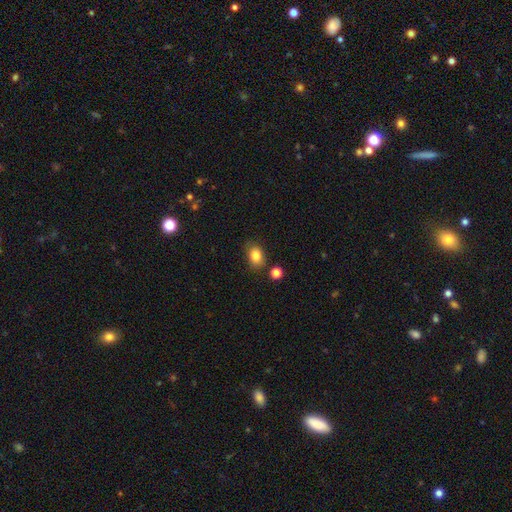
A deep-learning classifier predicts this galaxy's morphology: Overall: smooth (84%). How rounded: in between (66%; round 33%). Merging: none (76%).